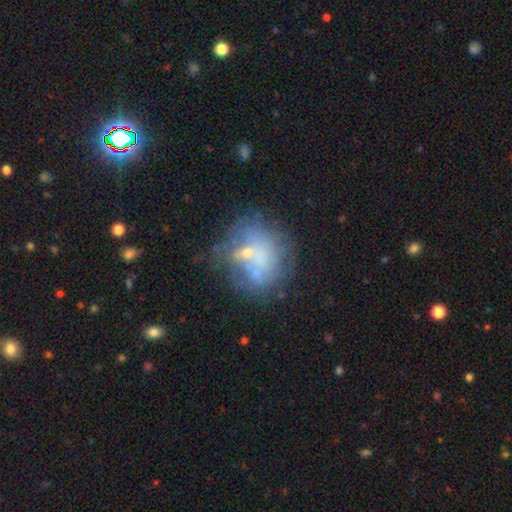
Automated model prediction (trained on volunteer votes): This appears to be a featured or disk galaxy (47%). Merging: none (42%).